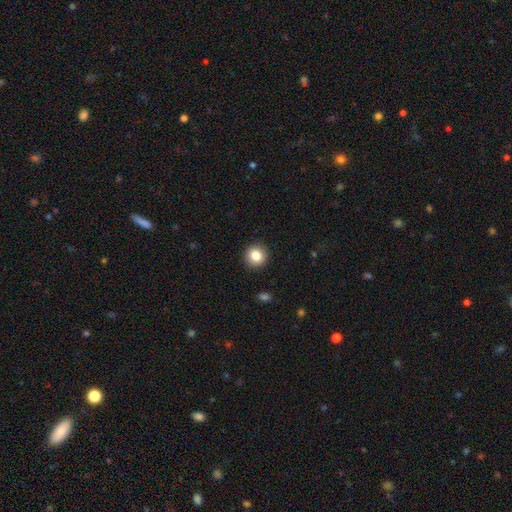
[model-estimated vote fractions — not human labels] Overall: smooth (84%). How rounded: round (94%). Merging: none (92%).